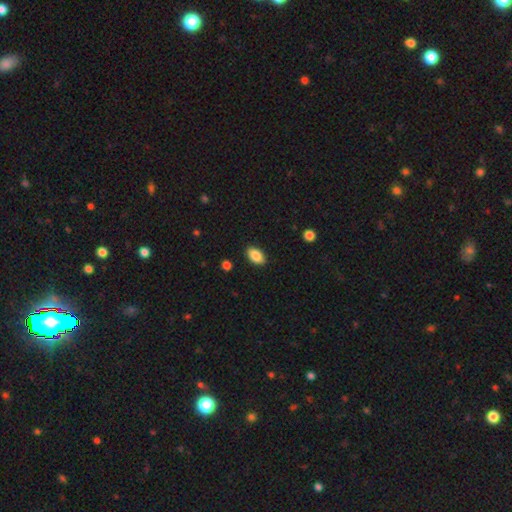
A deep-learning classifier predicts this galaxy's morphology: This appears to be a smooth galaxy with no disk features (87%) that is in between round and cigar-shaped (92%). Merging: none (89%).